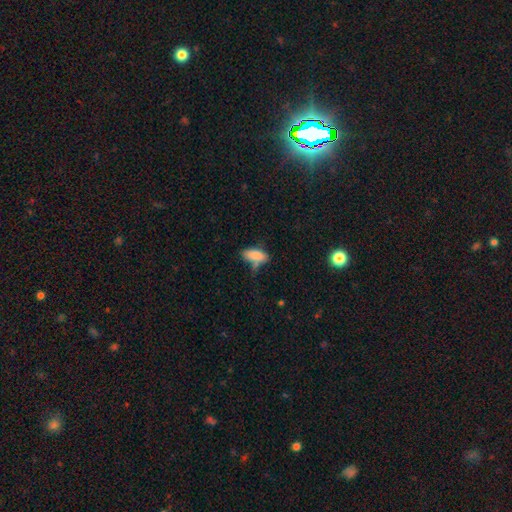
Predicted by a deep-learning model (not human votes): Morphology: type=smooth (84%); roundness=in between (83%); merging=none (52%).